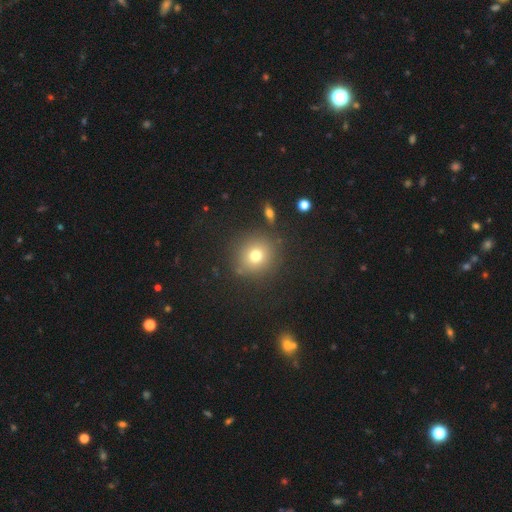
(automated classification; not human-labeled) This appears to be a smooth galaxy with no disk features (74%) that is round (88%). Merging: none (85%).